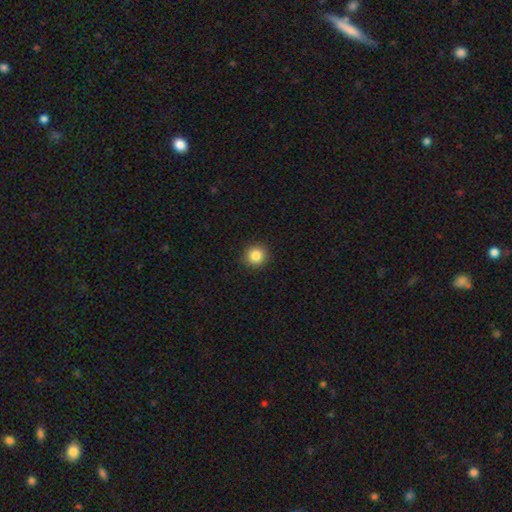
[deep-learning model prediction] Q: Smooth or featured?
A: smooth (85%); runner-up: star or artifact (10%)
Q: How rounded?
A: round (94%); runner-up: in between (5%)
Q: Merging?
A: none (92%); runner-up: minor disturbance (6%)